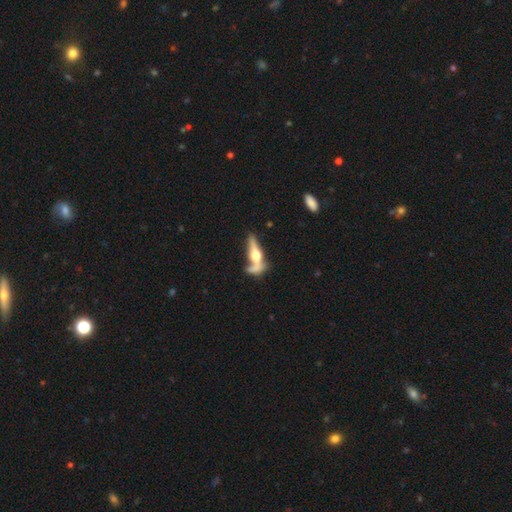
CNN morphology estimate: featured or disk 59%, smooth 33%, star or artifact 7%. Down the decision tree: edge-on disk — yes (82%); merging — none (42%).